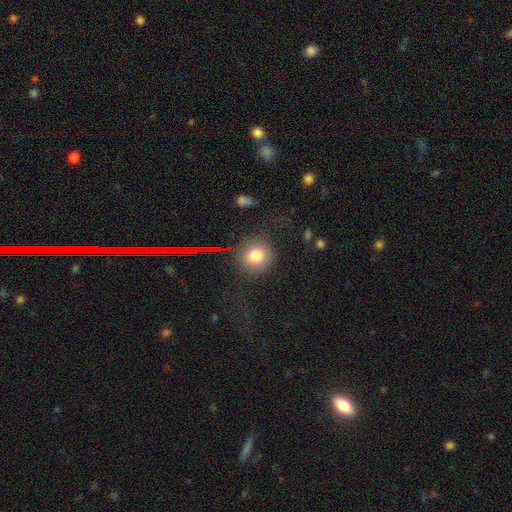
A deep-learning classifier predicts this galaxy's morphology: This is likely a smooth galaxy (77%). How rounded: clearly round (85%). Merging: likely none (72%).